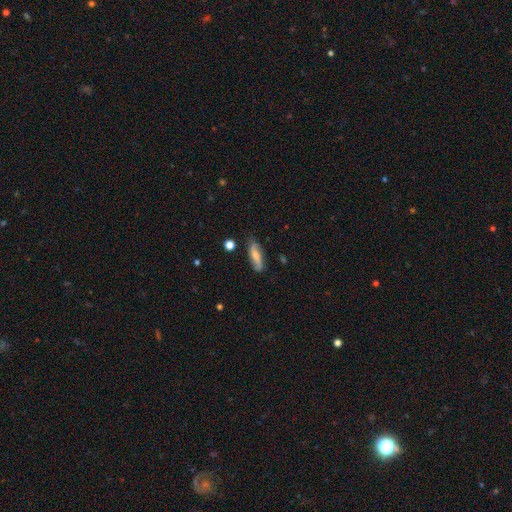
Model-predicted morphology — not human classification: smooth 47%, featured or disk 46%, star or artifact 7%. Down the decision tree: merging — none (77%).